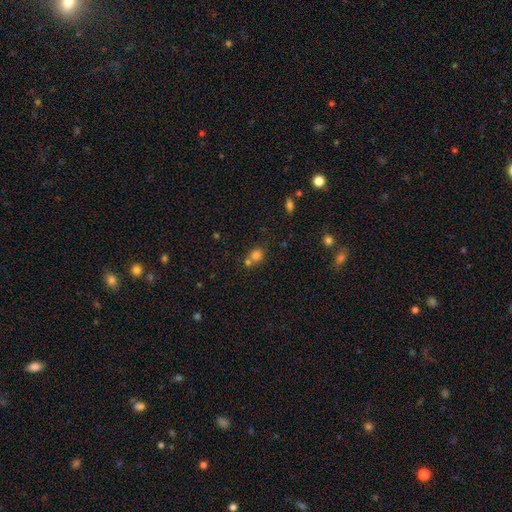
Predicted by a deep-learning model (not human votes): Smooth or featured? smooth (77%)
How rounded? round (79%)
Merging? none (46%)